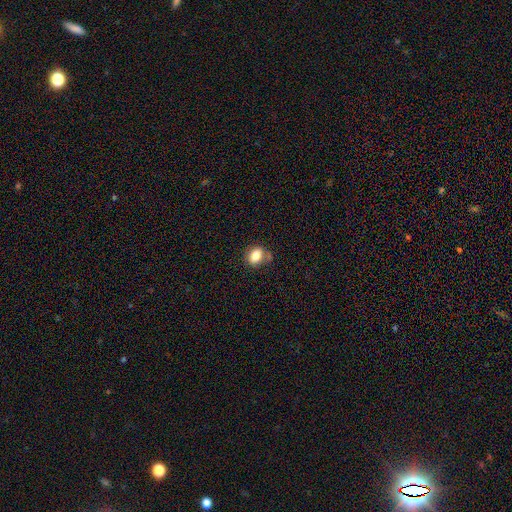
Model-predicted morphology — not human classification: Q: Smooth or featured?
A: smooth (81%); runner-up: star or artifact (10%)
Q: How rounded?
A: in between (62%); runner-up: round (36%)
Q: Merging?
A: none (64%); runner-up: minor disturbance (19%)